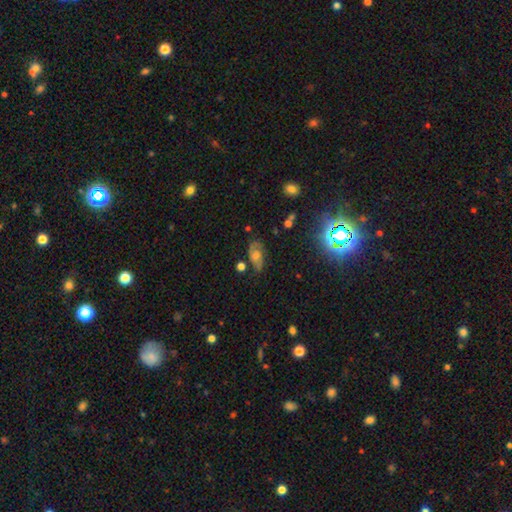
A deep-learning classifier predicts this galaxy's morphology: The model was most divided on "smooth or featured": featured or disk: 55%, smooth: 26%, star or artifact: 20%. More confident: edge-on disk — no (91%); merging — none (68%).